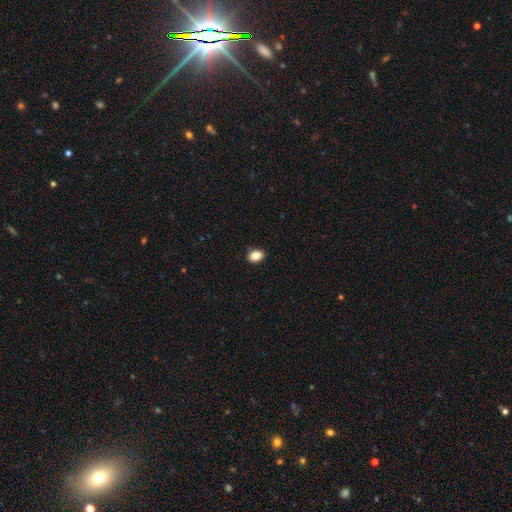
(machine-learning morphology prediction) The model was most divided on "how rounded": in between: 79%, round: 19%, cigar-shaped: 1%. More confident: merging — none (89%); smooth or featured — smooth (86%).